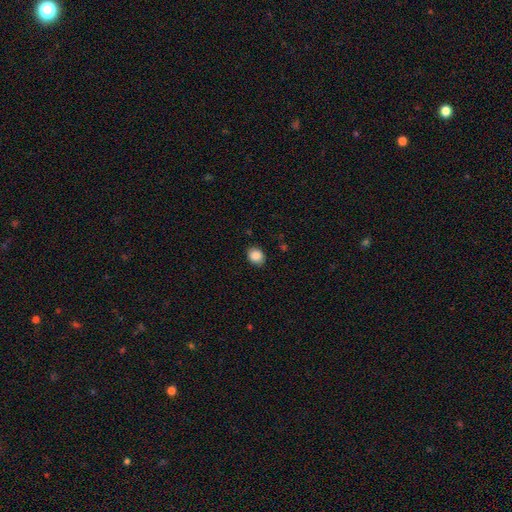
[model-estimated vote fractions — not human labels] Smooth or featured? Predicted: smooth (p=0.88). How rounded? Predicted: round (p=0.54). Merging? Predicted: none (p=0.87).